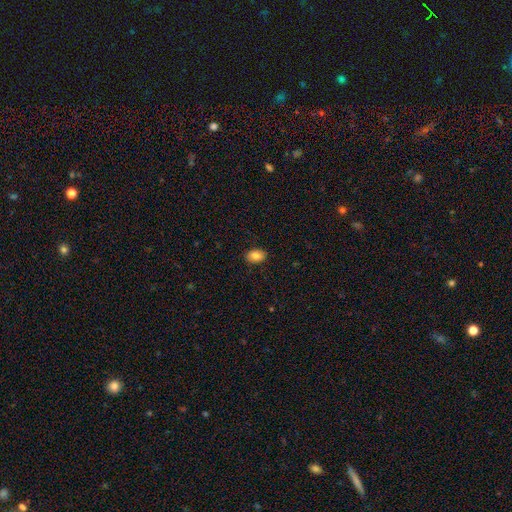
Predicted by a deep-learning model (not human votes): Overall: smooth (85%). How rounded: in between (82%). Merging: none (88%).